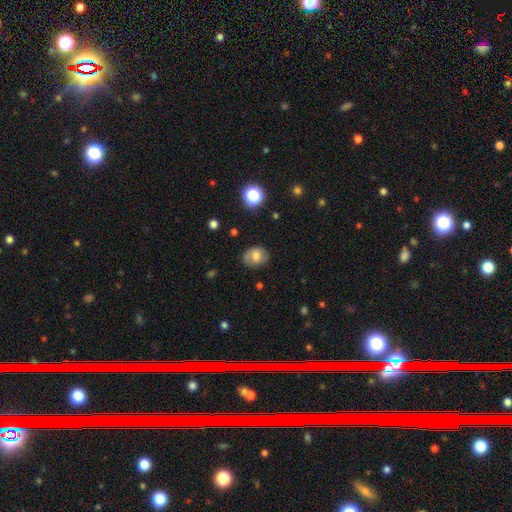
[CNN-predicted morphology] Q: Smooth or featured?
A: smooth (56%); runner-up: featured or disk (34%)
Q: How rounded?
A: in between (55%); runner-up: round (44%)
Q: Merging?
A: none (75%); runner-up: minor disturbance (18%)